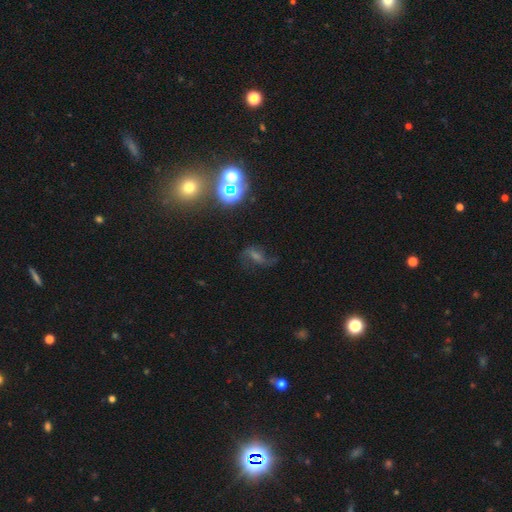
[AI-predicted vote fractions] Smooth or featured? Predicted: featured or disk (p=0.59). Edge-on disk? Predicted: no (p=0.94). Bar? Predicted: weak (p=0.42). Spiral arms? Predicted: yes (p=0.90). Spiral winding? Predicted: loose (p=0.60). Spiral arm count? Predicted: 2 (p=0.86). Bulge size? Predicted: small (p=0.42). Merging? Predicted: none (p=0.65).